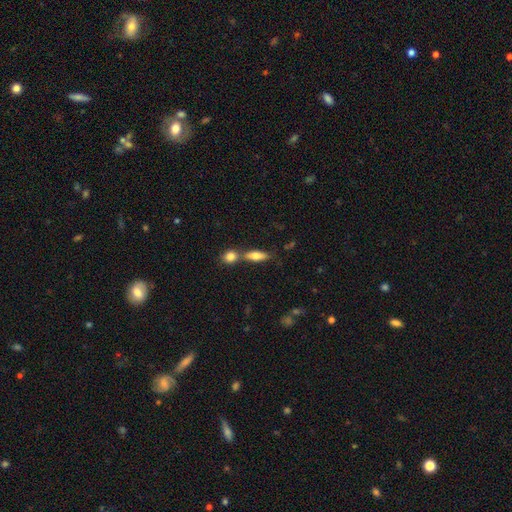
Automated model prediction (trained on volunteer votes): This appears to be a smooth galaxy with no disk features (70%) that is in between round and cigar-shaped (56%). Merging: none (53%).